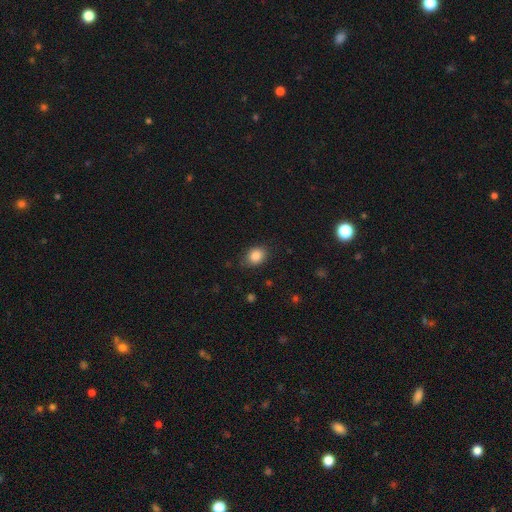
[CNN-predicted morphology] This appears to be a smooth galaxy with no disk features (85%) that is in between round and cigar-shaped (55%). Merging: none (79%).